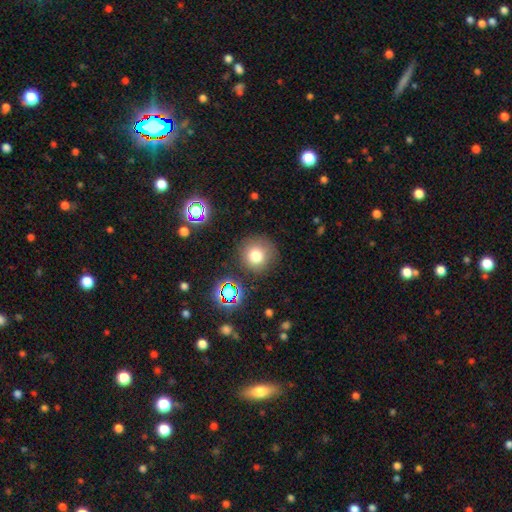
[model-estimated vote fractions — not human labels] This appears to be a smooth galaxy with no disk features (74%) that is round (94%). Merging: none (85%).